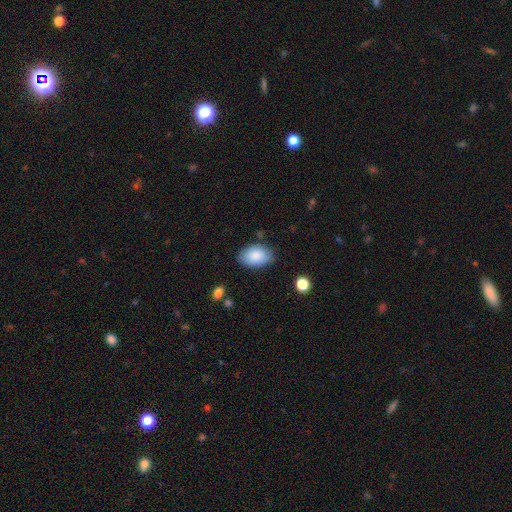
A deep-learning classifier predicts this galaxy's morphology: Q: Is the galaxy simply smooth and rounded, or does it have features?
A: smooth — 87%.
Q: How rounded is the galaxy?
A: in between — 90%.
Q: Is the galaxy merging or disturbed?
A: none — 77%.